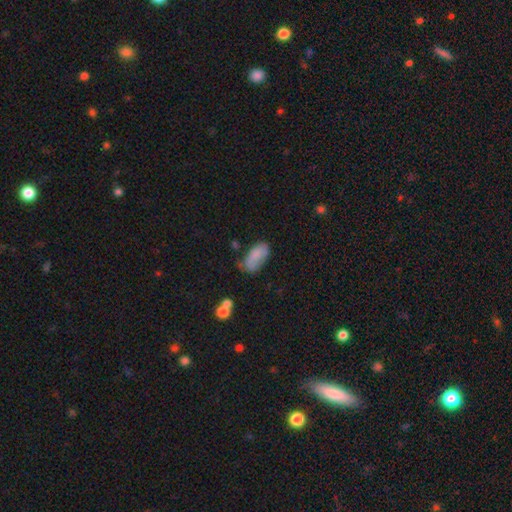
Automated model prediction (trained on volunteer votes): Smooth or featured? smooth (78%)
How rounded? in between (92%)
Merging? none (55%)